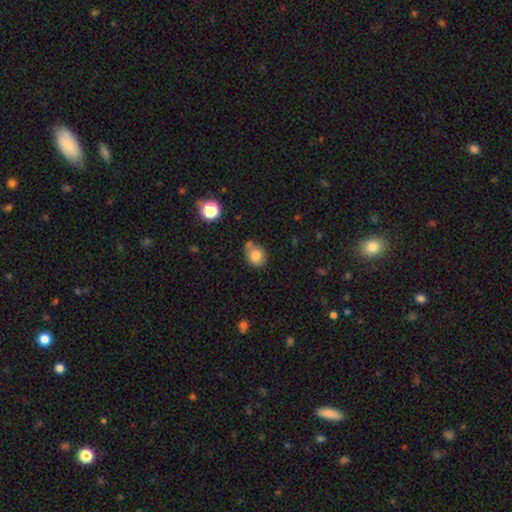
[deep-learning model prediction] Smooth or featured?
  - smooth: 78% *
  - featured or disk: 12%
  - star or artifact: 10%
How rounded?
  - round: 54% *
  - in between: 45%
  - cigar-shaped: 1%
Merging?
  - none: 54% *
  - minor disturbance: 24%
  - merger: 16%
  - major disturbance: 6%